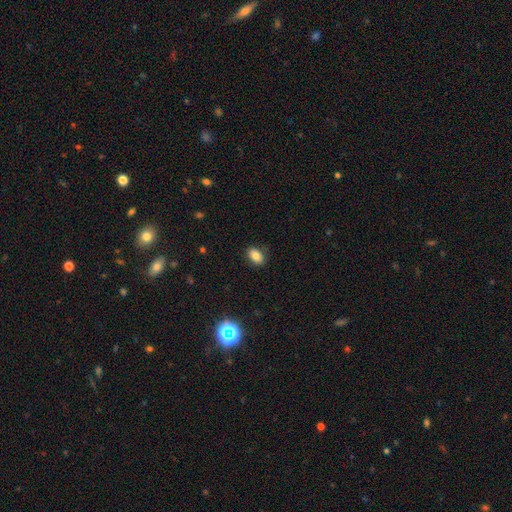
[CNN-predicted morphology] smooth_or_featured: smooth (p=0.82) [alt: star or artifact p=0.10]
how_rounded: in between (p=0.82) [alt: round p=0.16]
merging: none (p=0.86) [alt: minor disturbance p=0.10]